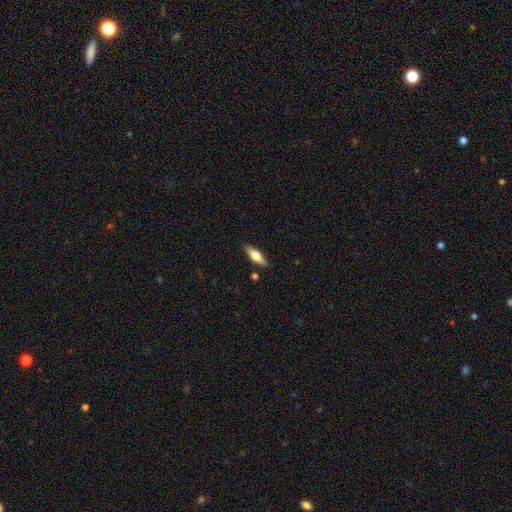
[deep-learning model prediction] Q: Smooth or featured?
A: smooth (53%); runner-up: featured or disk (41%)
Q: How rounded?
A: in between (50%); runner-up: cigar-shaped (48%)
Q: Merging?
A: none (86%); runner-up: minor disturbance (9%)